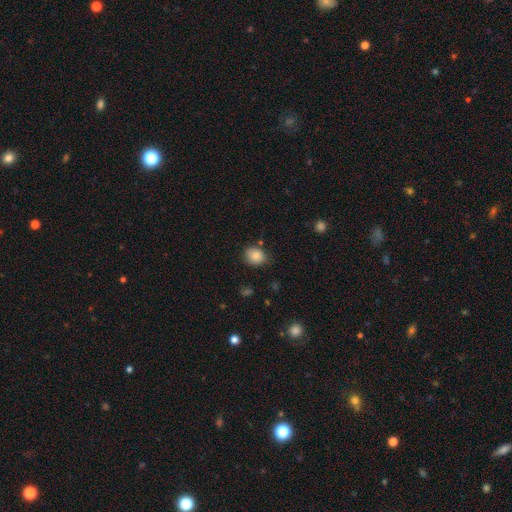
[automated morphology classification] type=smooth (84%); roundness=round (61%); merging=none (77%).